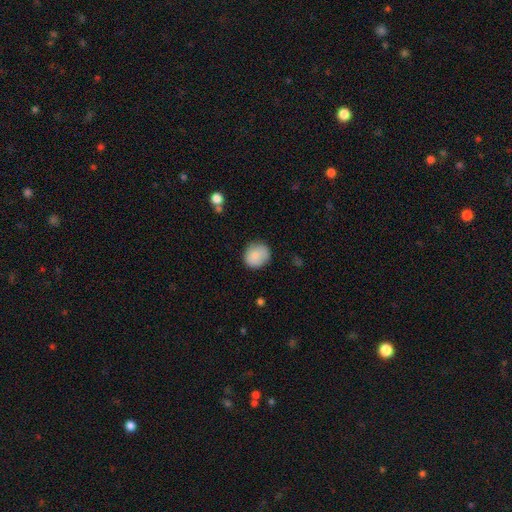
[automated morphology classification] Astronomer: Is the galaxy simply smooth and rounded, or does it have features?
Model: smooth — 85%.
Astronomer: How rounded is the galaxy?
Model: round — 82%.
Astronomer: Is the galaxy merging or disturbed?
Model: none — 80%.